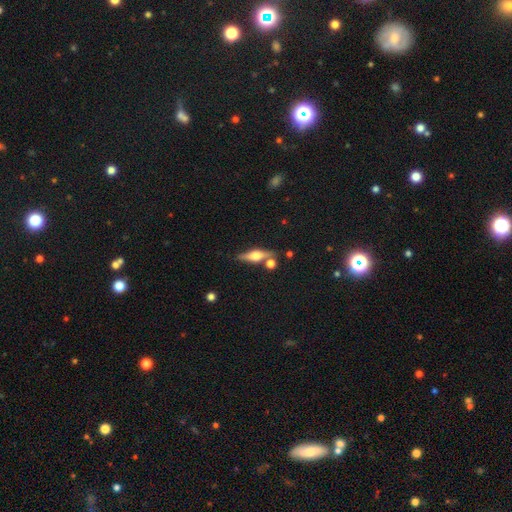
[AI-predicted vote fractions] This appears to be a featured or disk galaxy (63%) viewed edge-on (95%) with a rounded central bulge (91%). Merging: none (76%).